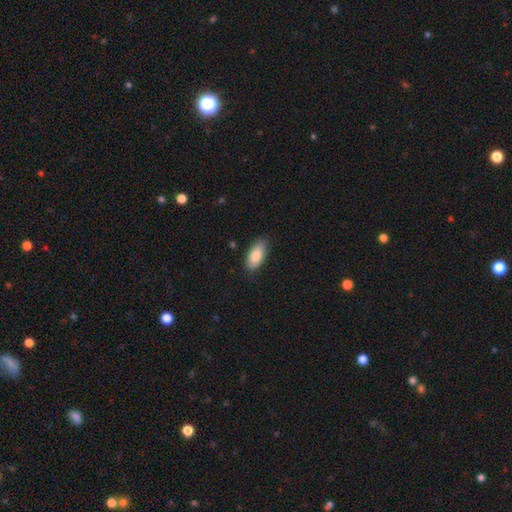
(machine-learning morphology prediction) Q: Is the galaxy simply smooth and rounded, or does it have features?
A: smooth — 84%.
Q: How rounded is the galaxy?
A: in between — 91%.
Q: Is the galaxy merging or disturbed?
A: none — 82%.